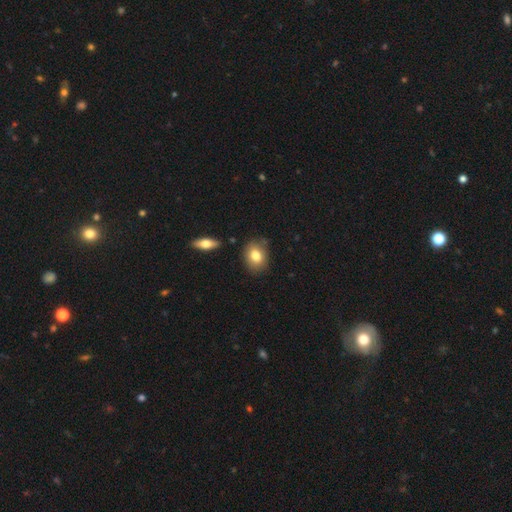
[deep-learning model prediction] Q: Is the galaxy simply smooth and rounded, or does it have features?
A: smooth — 78%.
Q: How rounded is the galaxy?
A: in between — 61%.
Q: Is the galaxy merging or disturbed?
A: none — 81%.